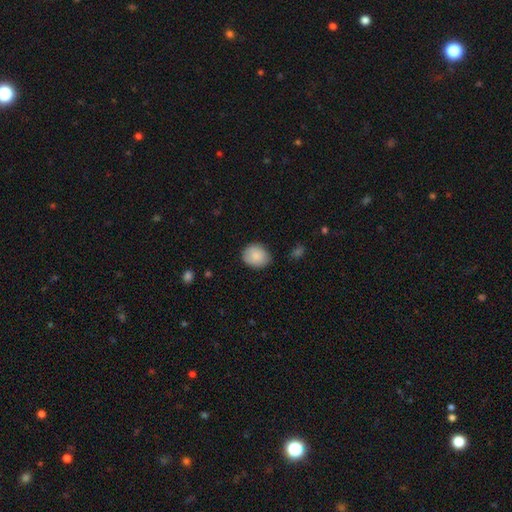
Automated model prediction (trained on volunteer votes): The model was most divided on "how rounded": round: 66%, in between: 33%, cigar-shaped: 1%. More confident: smooth or featured — smooth (86%); merging — none (75%).